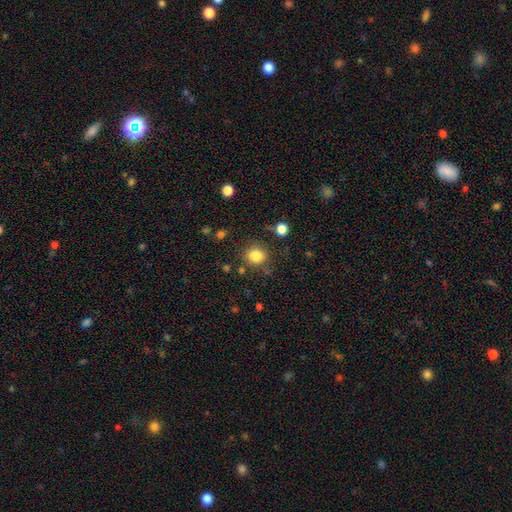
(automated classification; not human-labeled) Smooth or featured?
  - smooth: 83% *
  - star or artifact: 11%
  - featured or disk: 5%
How rounded?
  - round: 85% *
  - in between: 14%
  - cigar-shaped: 1%
Merging?
  - none: 81% *
  - minor disturbance: 10%
  - merger: 4%
  - major disturbance: 4%